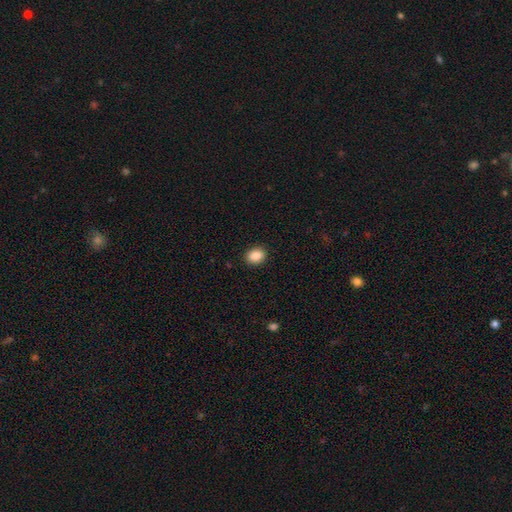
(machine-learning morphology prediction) Smooth or featured? smooth (88%)
How rounded? in between (63%)
Merging? none (90%)